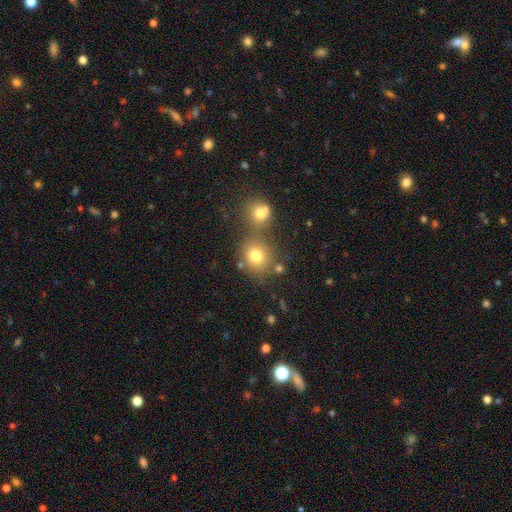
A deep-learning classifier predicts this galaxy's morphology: This is likely a smooth galaxy (76%). How rounded: clearly round (81%). Merging: possibly none (58%).